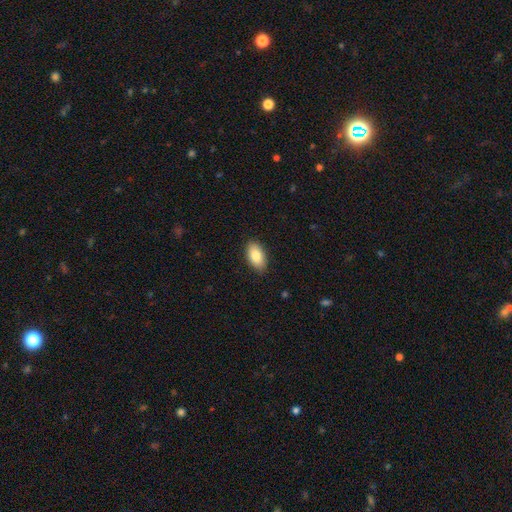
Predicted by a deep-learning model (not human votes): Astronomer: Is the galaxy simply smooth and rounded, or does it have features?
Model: smooth — 86%.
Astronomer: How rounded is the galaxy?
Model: in between — 94%.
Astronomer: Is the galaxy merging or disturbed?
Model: none — 87%.